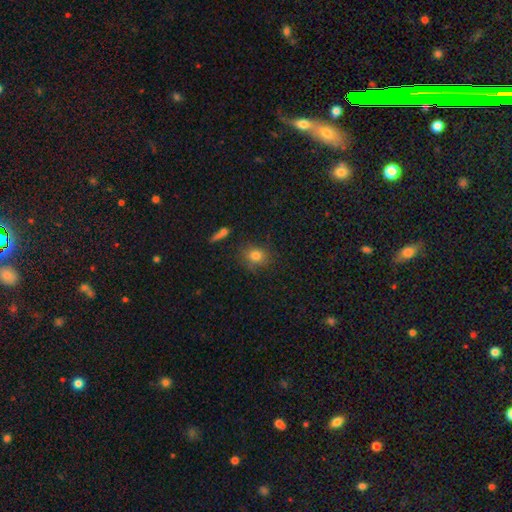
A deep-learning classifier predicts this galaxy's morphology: Smooth or featured?
  - smooth: 79% *
  - star or artifact: 12%
  - featured or disk: 9%
How rounded?
  - round: 76% *
  - in between: 22%
  - cigar-shaped: 2%
Merging?
  - none: 78% *
  - minor disturbance: 14%
  - major disturbance: 4%
  - merger: 3%